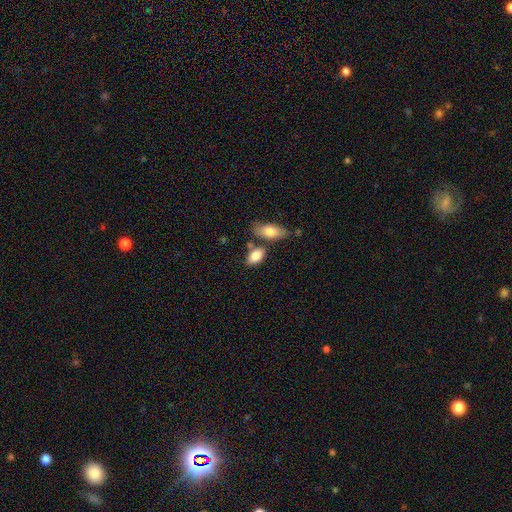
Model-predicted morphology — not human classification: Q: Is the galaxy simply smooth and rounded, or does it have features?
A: smooth — 81%.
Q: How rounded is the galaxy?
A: in between — 90%.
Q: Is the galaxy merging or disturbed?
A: none — 59%.